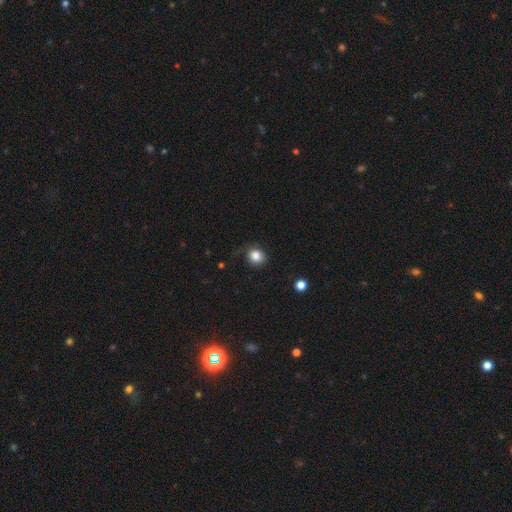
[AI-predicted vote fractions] Smooth or featured? smooth (83%)
How rounded? round (82%)
Merging? none (72%)